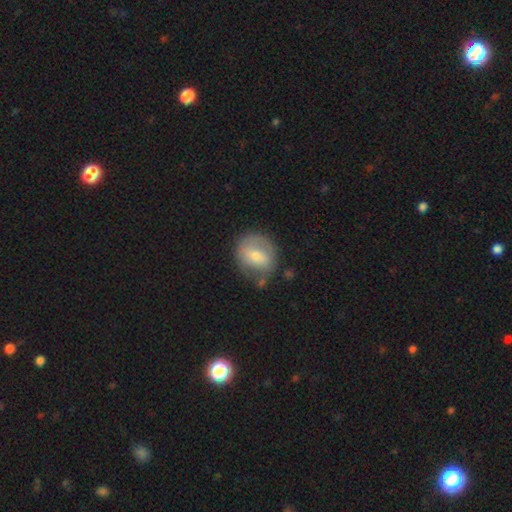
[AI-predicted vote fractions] smooth 55%, featured or disk 38%, star or artifact 7%. Down the decision tree: how rounded — round (72%); merging — none (63%).